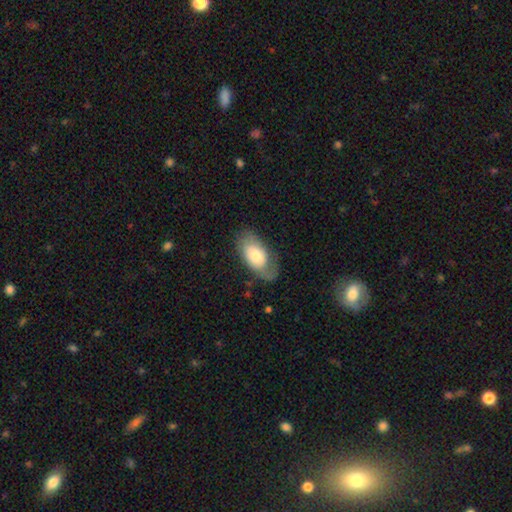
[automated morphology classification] Smooth or featured? Predicted: smooth (p=0.63). How rounded? Predicted: in between (p=0.93). Merging? Predicted: none (p=0.60).